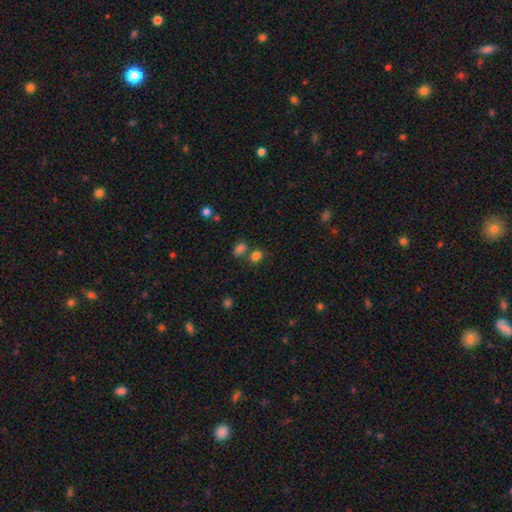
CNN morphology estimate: Overall: smooth (79%). How rounded: in between (53%; round 46%). Merging: none (60%; merger 23%).